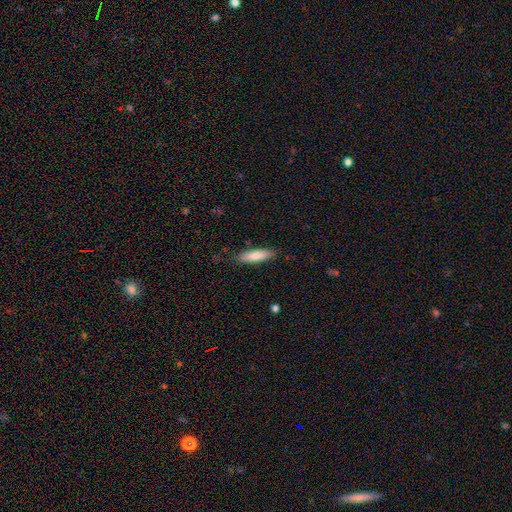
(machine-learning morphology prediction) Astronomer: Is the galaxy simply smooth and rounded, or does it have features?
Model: smooth — 81%.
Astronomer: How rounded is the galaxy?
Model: cigar-shaped — 67%.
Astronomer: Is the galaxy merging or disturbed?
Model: none — 84%.